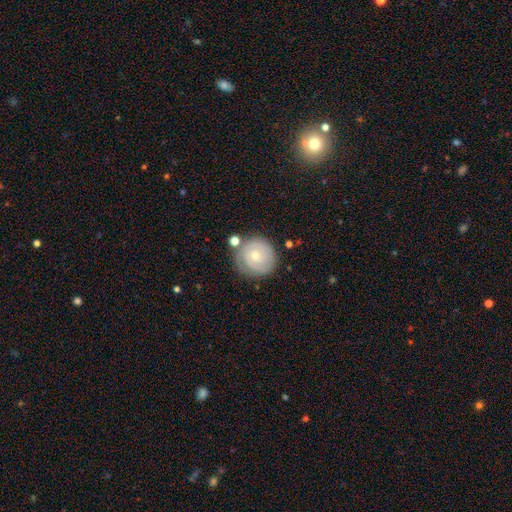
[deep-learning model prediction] Smooth or featured: featured or disk — 60% (smooth — 33%)
Edge-on disk: no — 98% (yes — 2%)
Bar: no — 82% (weak — 15%)
Spiral arms: yes — 82% (no — 18%)
Bulge size: small — 65% (moderate — 31%)
Merging: none — 74% (minor disturbance — 16%)